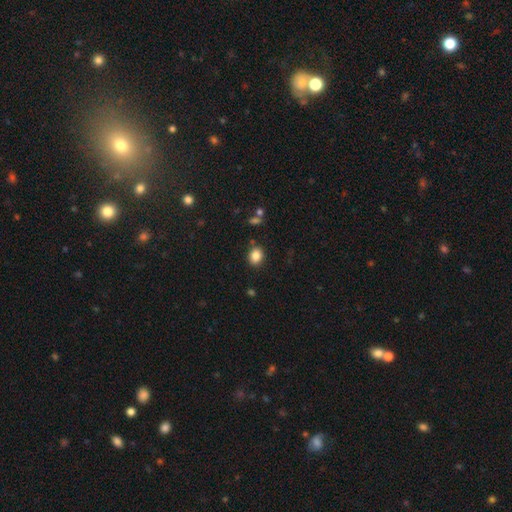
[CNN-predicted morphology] Smooth or featured? smooth (85%)
How rounded? round (53%)
Merging? none (84%)